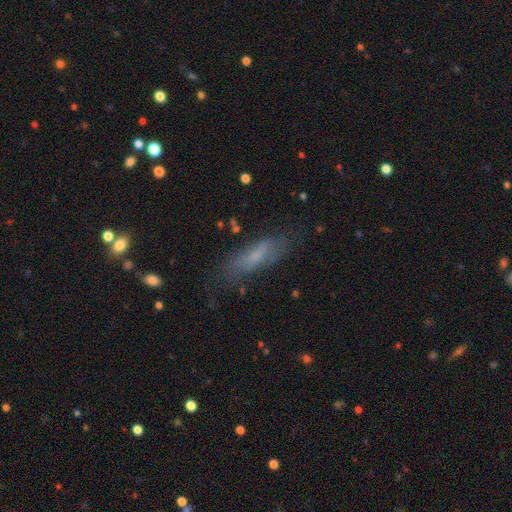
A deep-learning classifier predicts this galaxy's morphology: smooth_or_featured: smooth (p=0.57) [alt: featured or disk p=0.33]
how_rounded: cigar-shaped (p=0.57) [alt: in between p=0.40]
merging: none (p=0.73) [alt: minor disturbance p=0.18]